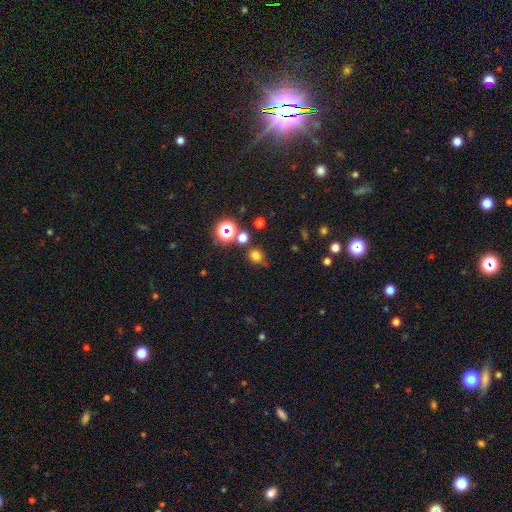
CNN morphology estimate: Q: Smooth or featured?
A: smooth (69%); runner-up: star or artifact (24%)
Q: How rounded?
A: round (82%); runner-up: in between (17%)
Q: Merging?
A: none (72%); runner-up: minor disturbance (14%)